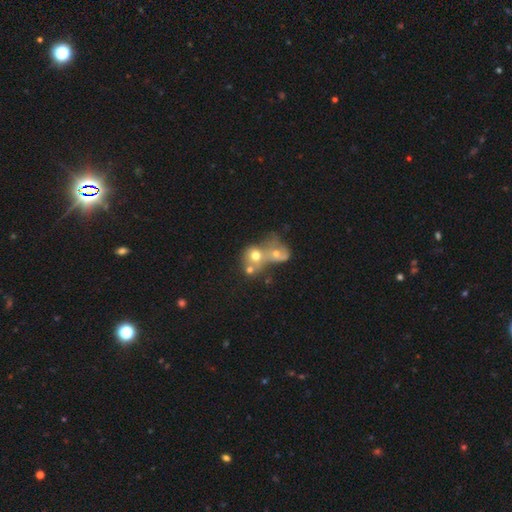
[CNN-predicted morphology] A smooth galaxy with no disk features (61%) that is round (68%). Merging: merger (69%).